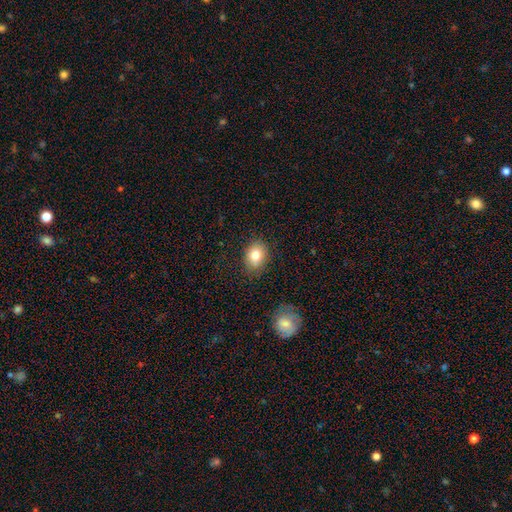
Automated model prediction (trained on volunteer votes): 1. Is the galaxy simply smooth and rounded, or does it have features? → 82% smooth, 9% featured or disk, 9% star or artifact.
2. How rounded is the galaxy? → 61% in between, 38% round, 1% cigar-shaped.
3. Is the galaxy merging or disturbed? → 82% none, 13% minor disturbance, 3% major disturbance, 2% merger.